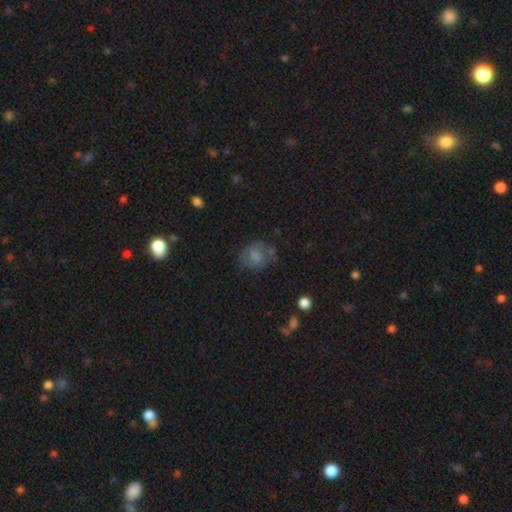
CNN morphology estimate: Smooth or featured: smooth — 58% (featured or disk — 31%)
How rounded: round — 56% (in between — 42%)
Merging: none — 57% (minor disturbance — 25%)